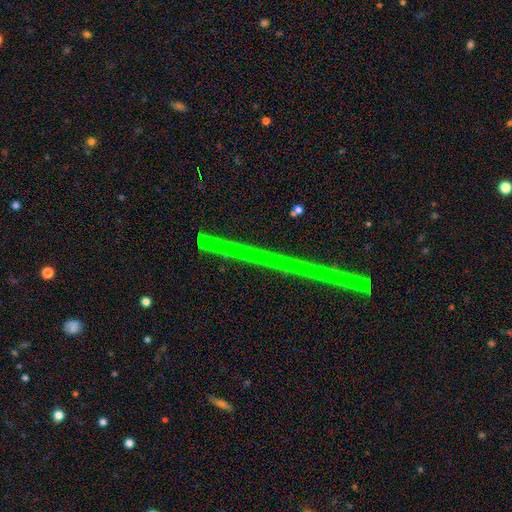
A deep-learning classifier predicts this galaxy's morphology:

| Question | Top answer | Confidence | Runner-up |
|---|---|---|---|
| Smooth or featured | star or artifact | 49% | featured or disk (36%) |